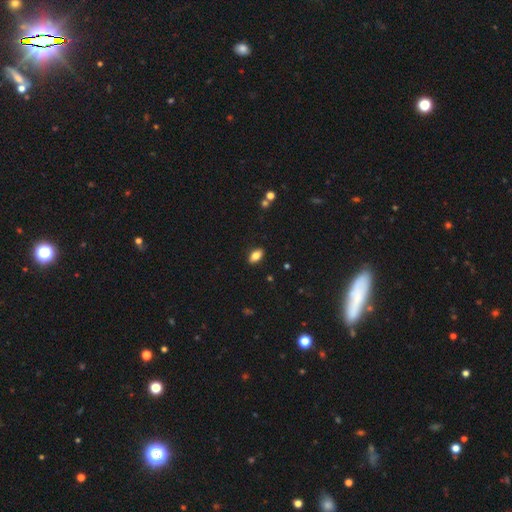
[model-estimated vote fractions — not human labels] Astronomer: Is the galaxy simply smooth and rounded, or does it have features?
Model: smooth — 80%.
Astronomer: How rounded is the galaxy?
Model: in between — 90%.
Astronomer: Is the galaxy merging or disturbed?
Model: none — 89%.